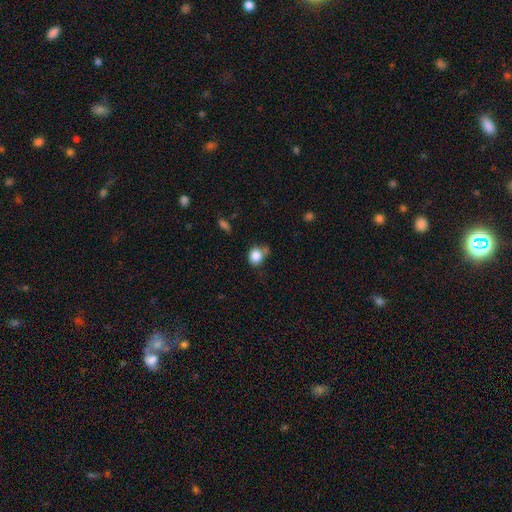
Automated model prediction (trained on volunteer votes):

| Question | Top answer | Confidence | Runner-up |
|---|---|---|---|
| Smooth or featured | smooth | 85% | star or artifact (10%) |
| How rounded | round | 67% | in between (32%) |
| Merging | none | 54% | minor disturbance (27%) |